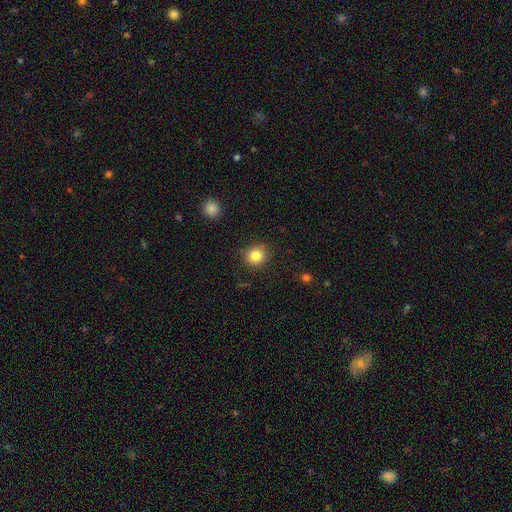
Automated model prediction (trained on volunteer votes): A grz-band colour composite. It shows a smooth galaxy with no disk features (84%) that is round (87%). Merging: none (87%).